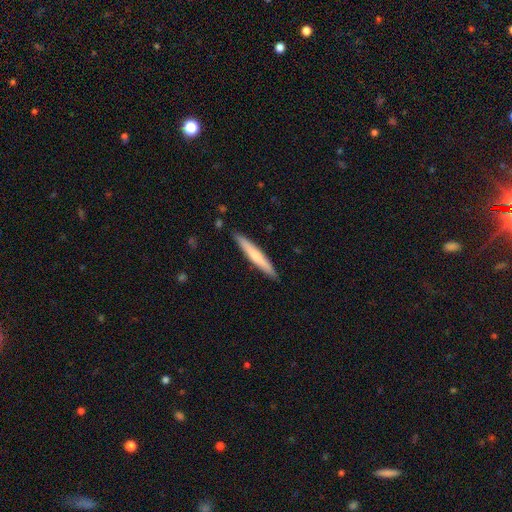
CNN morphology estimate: smooth_or_featured: smooth (p=0.63) [alt: featured or disk p=0.31]
how_rounded: cigar-shaped (p=0.95) [alt: in between p=0.04]
merging: none (p=0.90) [alt: minor disturbance p=0.07]